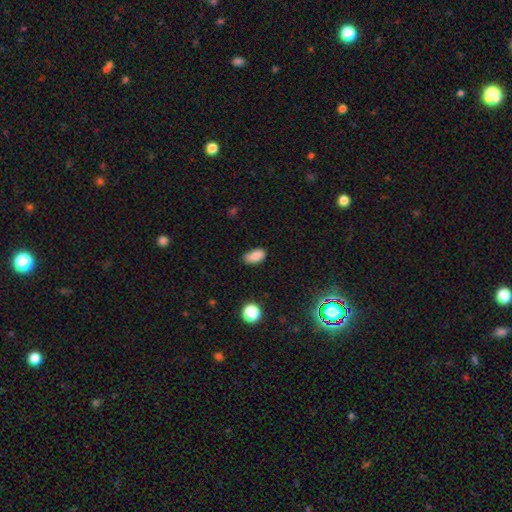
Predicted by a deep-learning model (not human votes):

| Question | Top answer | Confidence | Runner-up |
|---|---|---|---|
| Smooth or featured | smooth | 84% | star or artifact (10%) |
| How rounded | in between | 90% | round (5%) |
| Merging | none | 69% | minor disturbance (24%) |